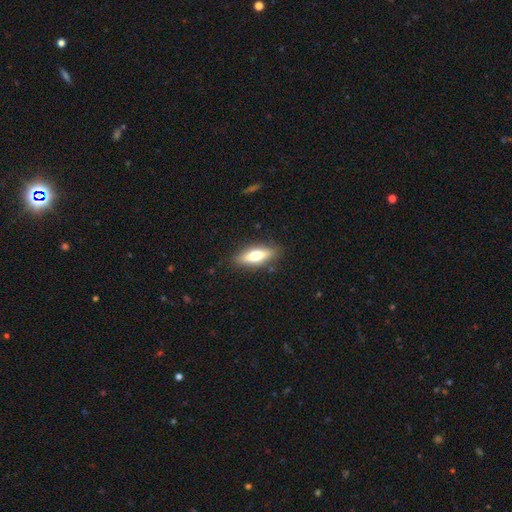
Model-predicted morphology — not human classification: smooth 61%, featured or disk 33%, star or artifact 7%. Down the decision tree: how rounded — in between (58%); merging — none (86%).